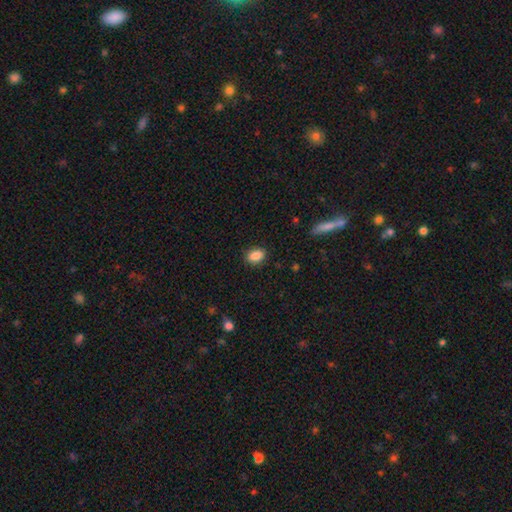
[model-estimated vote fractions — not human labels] Smooth or featured: smooth — 86% (star or artifact — 8%)
How rounded: in between — 79% (round — 19%)
Merging: none — 87% (minor disturbance — 10%)